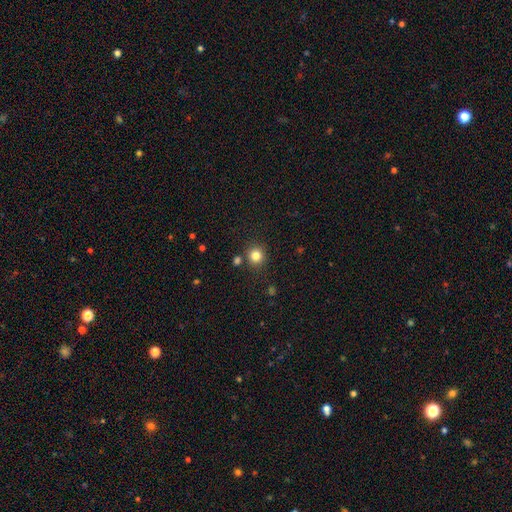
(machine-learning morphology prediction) Overall: smooth (82%). How rounded: round (92%). Merging: none (85%).